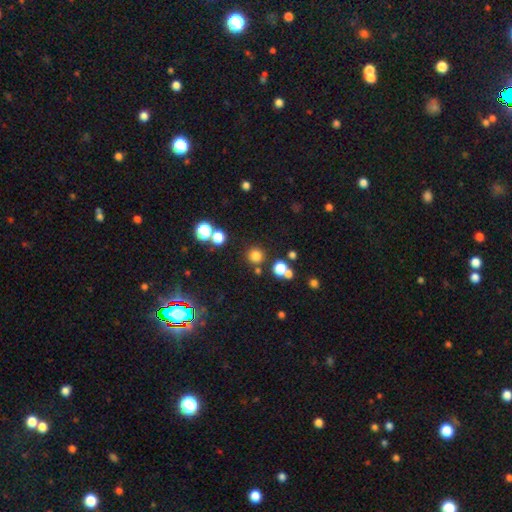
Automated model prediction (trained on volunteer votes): This is likely a smooth galaxy (77%). How rounded: clearly round (95%). Merging: clearly none (84%).